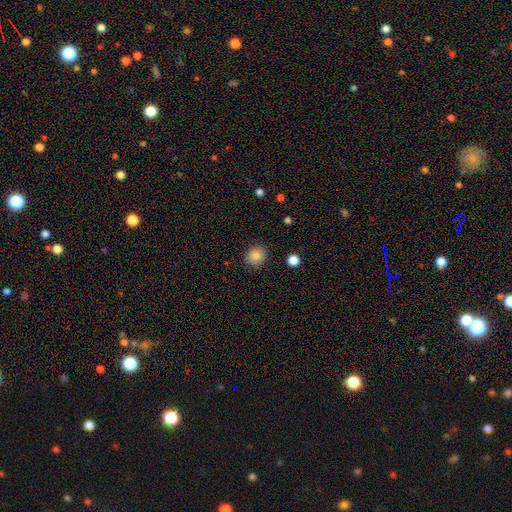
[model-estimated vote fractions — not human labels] Smooth or featured? smooth (86%)
How rounded? round (85%)
Merging? none (89%)